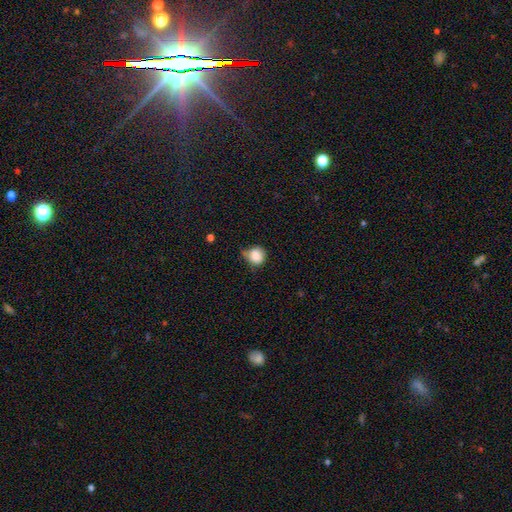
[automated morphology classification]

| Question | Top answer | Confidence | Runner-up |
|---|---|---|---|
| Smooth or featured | smooth | 85% | star or artifact (9%) |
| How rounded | round | 84% | in between (15%) |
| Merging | none | 47% | minor disturbance (39%) |